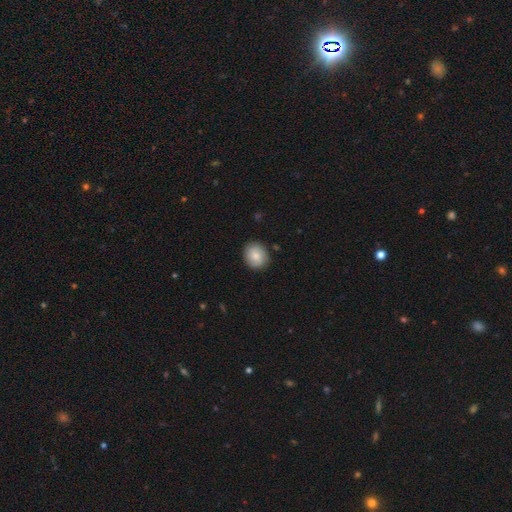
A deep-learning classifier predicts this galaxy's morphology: smooth-or-featured: smooth: 79% | featured or disk: 14% | star or artifact: 7%
  how-rounded: round: 70% | in between: 29% | cigar-shaped: 1%
  merging: none: 87% | minor disturbance: 9% | major disturbance: 2% | merger: 1%